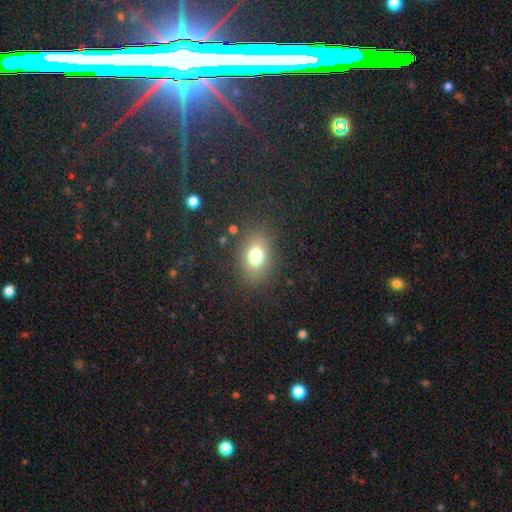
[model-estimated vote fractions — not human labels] Q: Smooth or featured?
A: smooth (74%); runner-up: star or artifact (14%)
Q: How rounded?
A: in between (69%); runner-up: round (30%)
Q: Merging?
A: none (82%); runner-up: minor disturbance (11%)